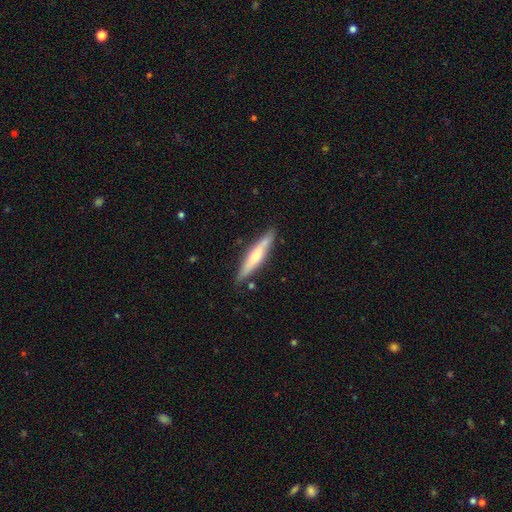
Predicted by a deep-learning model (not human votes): A smooth galaxy with no disk features (52%) that is cigar-shaped (89%). Merging: none (83%).